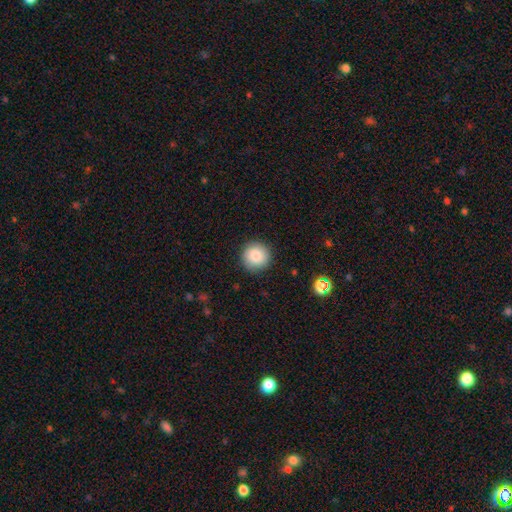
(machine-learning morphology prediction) smooth_or_featured: smooth (p=0.85) [alt: star or artifact p=0.08]
how_rounded: round (p=0.95) [alt: in between p=0.04]
merging: none (p=0.90) [alt: minor disturbance p=0.07]